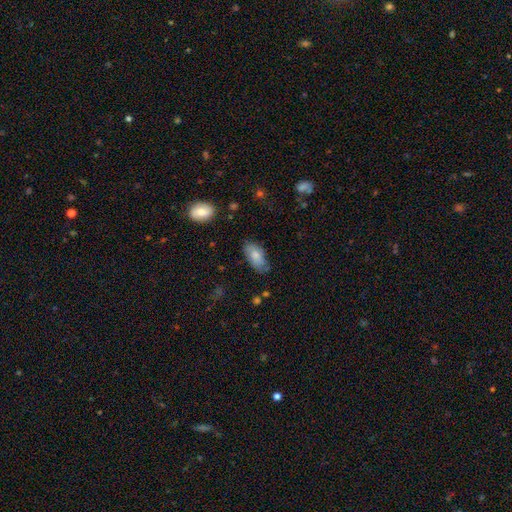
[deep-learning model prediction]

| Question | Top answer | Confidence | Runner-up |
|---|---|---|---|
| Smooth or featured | smooth | 75% | featured or disk (18%) |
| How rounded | in between | 93% | cigar-shaped (4%) |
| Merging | none | 66% | minor disturbance (26%) |